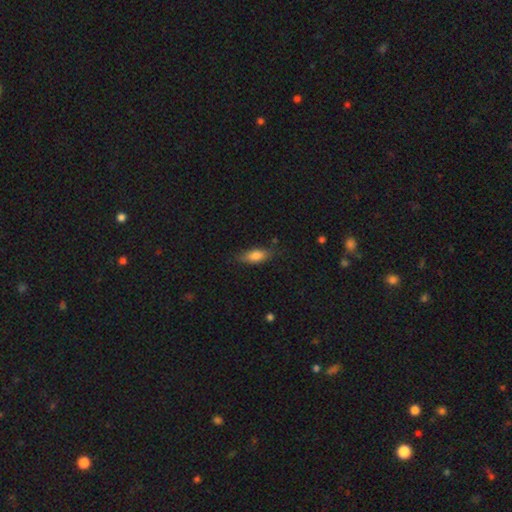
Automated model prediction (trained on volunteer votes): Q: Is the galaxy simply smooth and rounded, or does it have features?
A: smooth — 77%.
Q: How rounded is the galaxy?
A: in between — 70%.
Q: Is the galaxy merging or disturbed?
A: none — 77%.